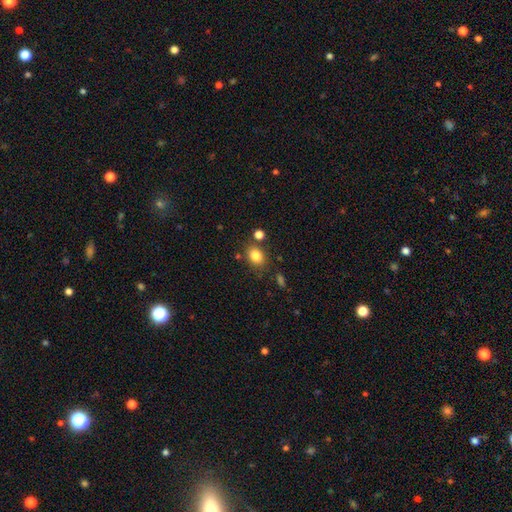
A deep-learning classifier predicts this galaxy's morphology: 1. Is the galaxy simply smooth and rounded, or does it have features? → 83% smooth, 10% star or artifact, 6% featured or disk.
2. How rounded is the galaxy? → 58% in between, 41% round, 1% cigar-shaped.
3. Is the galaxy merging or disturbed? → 75% none, 13% minor disturbance, 8% merger, 4% major disturbance.